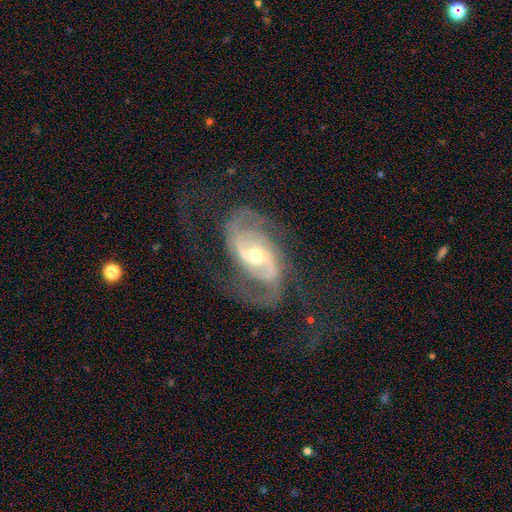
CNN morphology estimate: Smooth or featured? featured or disk (89%)
Edge-on disk? no (96%)
Bar? no (39%, tied with weak)
Spiral arms? yes (97%)
Spiral winding? medium (48%)
Spiral arm count? 2 (82%)
Bulge size? moderate (52%)
Merging? none (61%)